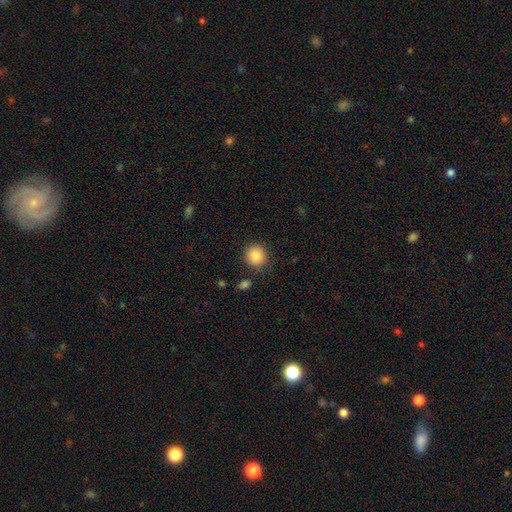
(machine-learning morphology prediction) The model was most divided on "merging": none: 84%, minor disturbance: 10%, major disturbance: 3%, merger: 3%. More confident: how rounded — round (89%); smooth or featured — smooth (86%).